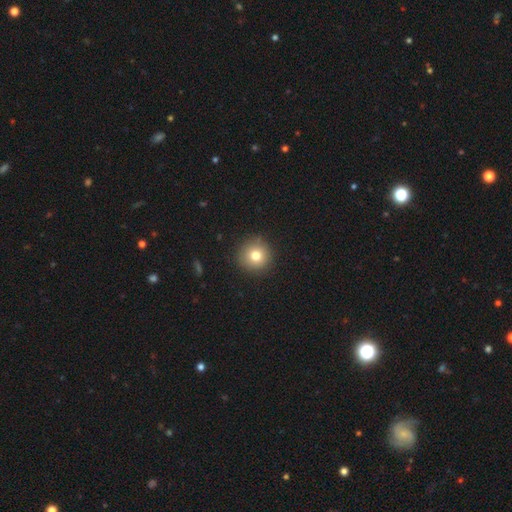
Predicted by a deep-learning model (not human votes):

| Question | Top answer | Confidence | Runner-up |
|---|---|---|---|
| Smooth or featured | smooth | 77% | star or artifact (12%) |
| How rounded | round | 95% | in between (4%) |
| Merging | none | 90% | minor disturbance (7%) |